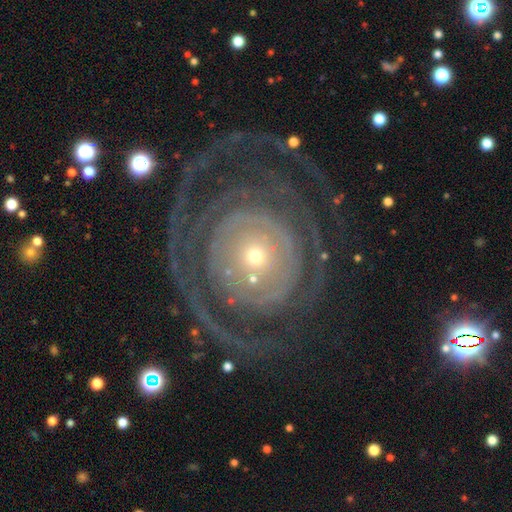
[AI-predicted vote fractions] This is clearly a featured or disk galaxy (82%). It is clearly not viewed edge-on (97%). Bar: clearly no (86%). Spiral arm pattern: clearly yes (81%). Spiral arm count: marginally can't tell (30%). Spiral winding: likely tight (71%). Central bulge: likely small (73%). Merging: likely none (67%).